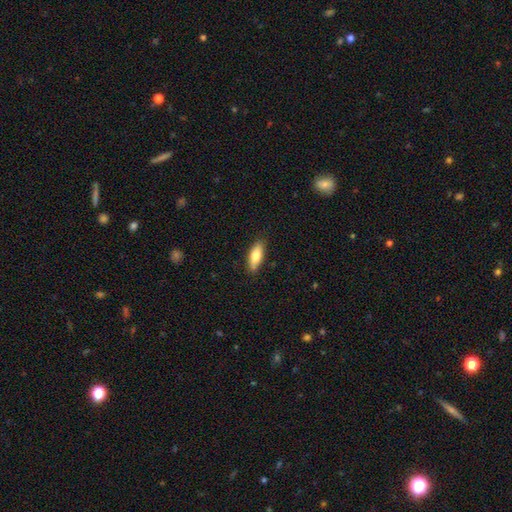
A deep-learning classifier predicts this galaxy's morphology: Q: Smooth or featured?
A: smooth (77%); runner-up: featured or disk (17%)
Q: How rounded?
A: in between (68%); runner-up: cigar-shaped (30%)
Q: Merging?
A: none (85%); runner-up: minor disturbance (12%)